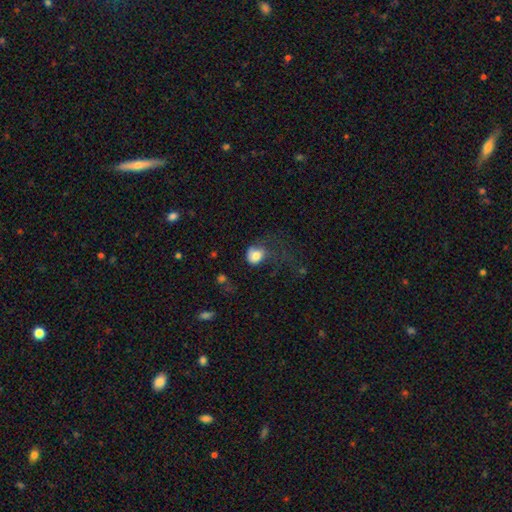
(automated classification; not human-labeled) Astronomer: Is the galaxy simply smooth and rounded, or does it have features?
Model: smooth — 75%.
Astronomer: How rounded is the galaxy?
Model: round — 59% (runner-up: in between, 40%).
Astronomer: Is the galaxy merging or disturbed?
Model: major disturbance — 42% (runner-up: none, 29%).